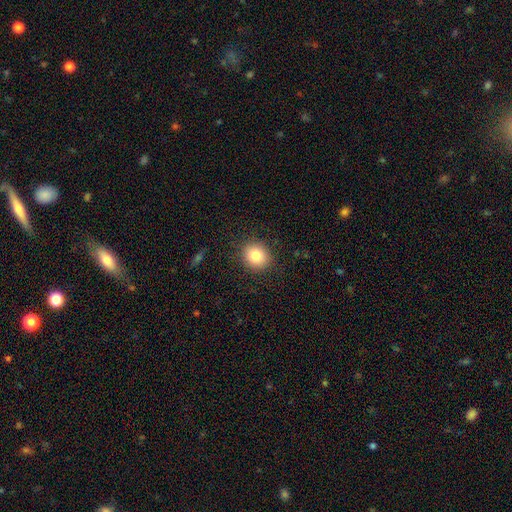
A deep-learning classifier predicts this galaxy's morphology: Smooth or featured?
  - smooth: 83% *
  - star or artifact: 10%
  - featured or disk: 7%
How rounded?
  - round: 77% *
  - in between: 23%
  - cigar-shaped: 1%
Merging?
  - none: 89% *
  - minor disturbance: 8%
  - major disturbance: 2%
  - merger: 1%